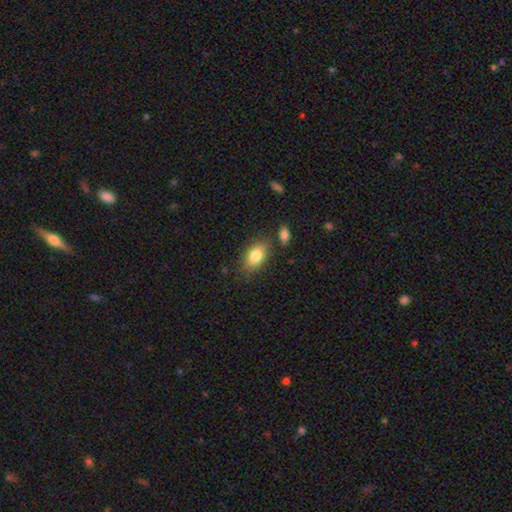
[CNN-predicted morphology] smooth 81%, featured or disk 11%, star or artifact 8%. Down the decision tree: how rounded — in between (87%); merging — none (77%).